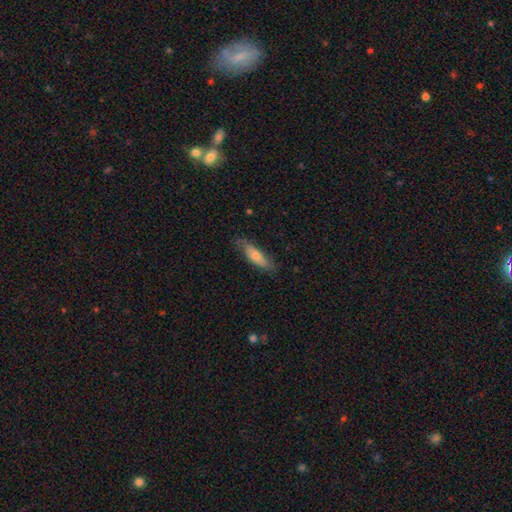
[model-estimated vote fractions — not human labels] Smooth or featured?
  - smooth: 66% *
  - featured or disk: 29%
  - star or artifact: 6%
How rounded?
  - cigar-shaped: 54% *
  - in between: 44%
  - round: 2%
Merging?
  - none: 71% *
  - minor disturbance: 22%
  - major disturbance: 5%
  - merger: 1%